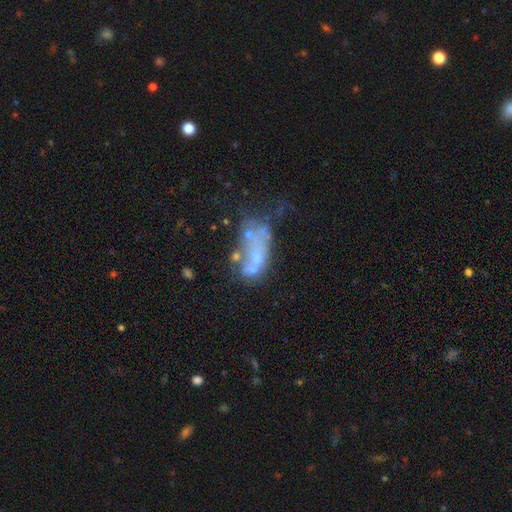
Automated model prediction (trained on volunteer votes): Overall: featured or disk (55%; smooth 28%). Edge-on disk: no (95%). Bar: no (92%). Spiral arms: no (95%). Bulge size: none (66%). Merging: merger (30%; major disturbance 29%).